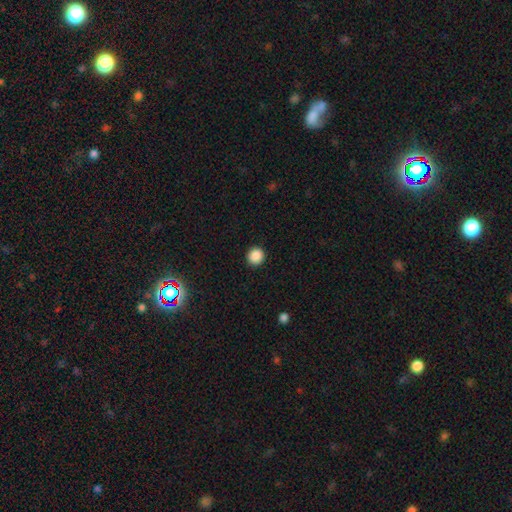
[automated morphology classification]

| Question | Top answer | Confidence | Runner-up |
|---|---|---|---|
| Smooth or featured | smooth | 88% | star or artifact (10%) |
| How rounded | round | 93% | in between (6%) |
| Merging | none | 92% | minor disturbance (5%) |